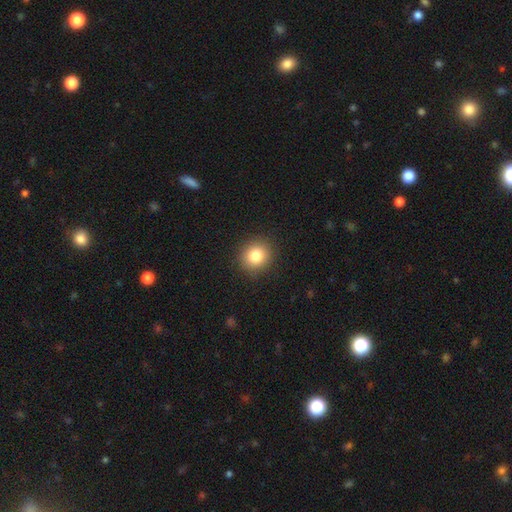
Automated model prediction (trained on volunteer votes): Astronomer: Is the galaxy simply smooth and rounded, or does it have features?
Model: smooth — 82%.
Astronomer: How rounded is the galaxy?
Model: round — 87%.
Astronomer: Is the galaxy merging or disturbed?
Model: none — 91%.